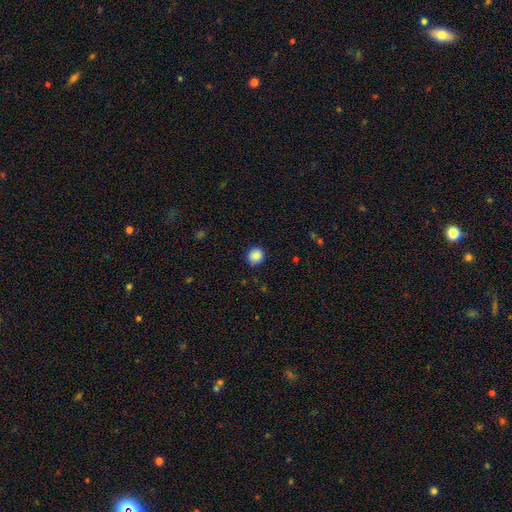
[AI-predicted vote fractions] Smooth or featured?
  - smooth: 88% *
  - star or artifact: 9%
  - featured or disk: 3%
How rounded?
  - round: 87% *
  - in between: 12%
  - cigar-shaped: 1%
Merging?
  - none: 88% *
  - minor disturbance: 9%
  - major disturbance: 2%
  - merger: 1%